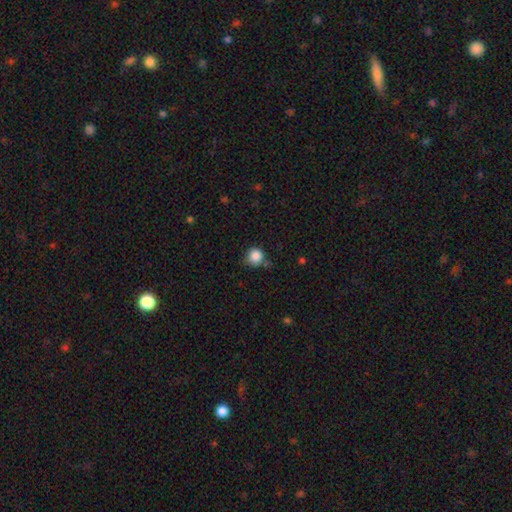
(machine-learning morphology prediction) Smooth or featured? smooth (86%)
How rounded? round (91%)
Merging? none (67%)